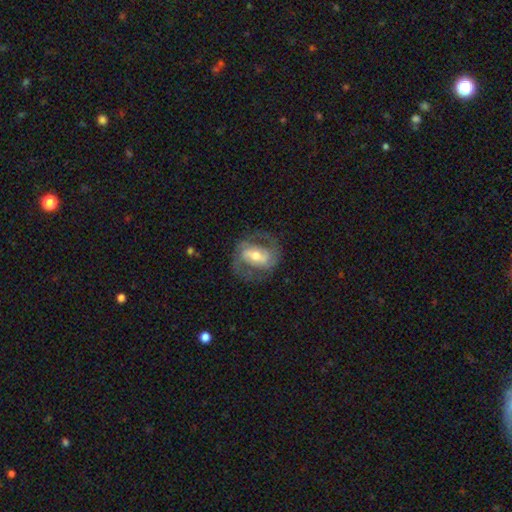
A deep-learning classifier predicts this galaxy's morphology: Smooth or featured: featured or disk — 80% (smooth — 15%)
Edge-on disk: no — 96% (yes — 4%)
Bar: strong — 43% (weak — 37%)
Spiral arms: yes — 89% (no — 11%)
Spiral winding: medium — 51% (tight — 31%)
Spiral arm count: 2 — 85% (can't tell — 7%)
Bulge size: moderate — 61% (small — 28%)
Merging: none — 72% (minor disturbance — 15%)